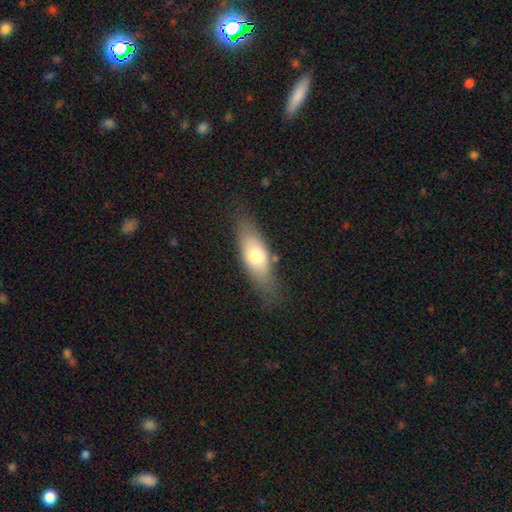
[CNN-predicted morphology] smooth 66%, featured or disk 27%, star or artifact 7%. Down the decision tree: how rounded — in between (69%); merging — none (75%).